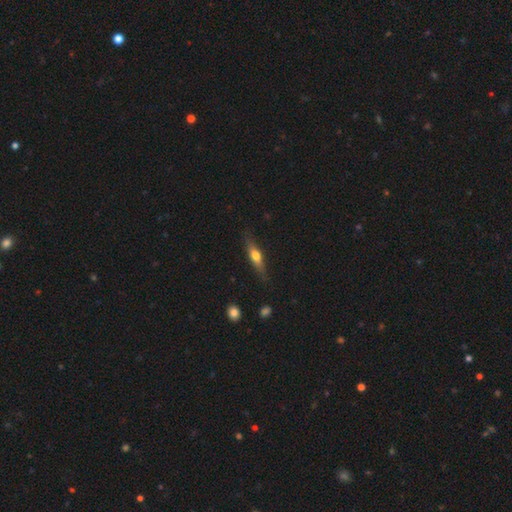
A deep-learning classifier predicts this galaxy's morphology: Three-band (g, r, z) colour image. It shows a smooth galaxy with no disk features (50%) that is cigar-shaped (68%). Merging: none (79%).